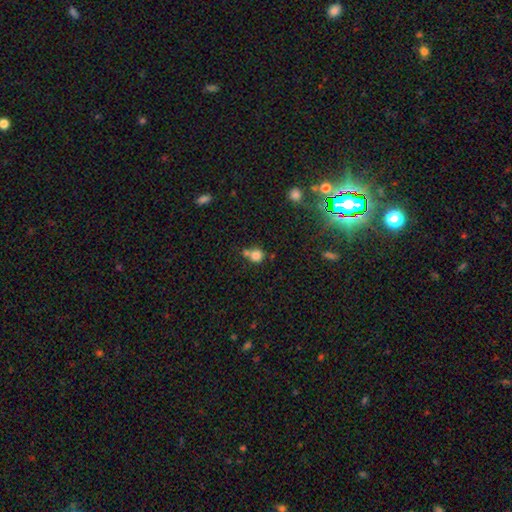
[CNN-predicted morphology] smooth 79%, star or artifact 12%, featured or disk 8%. Down the decision tree: how rounded — round (88%); merging — none (51%).